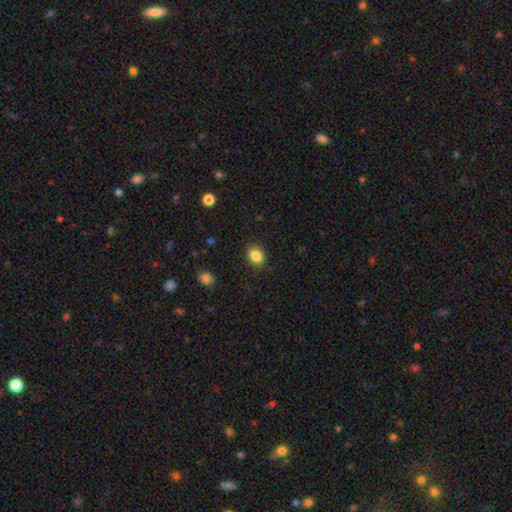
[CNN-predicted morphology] Smooth or featured? smooth (86%)
How rounded? in between (51%)
Merging? none (86%)